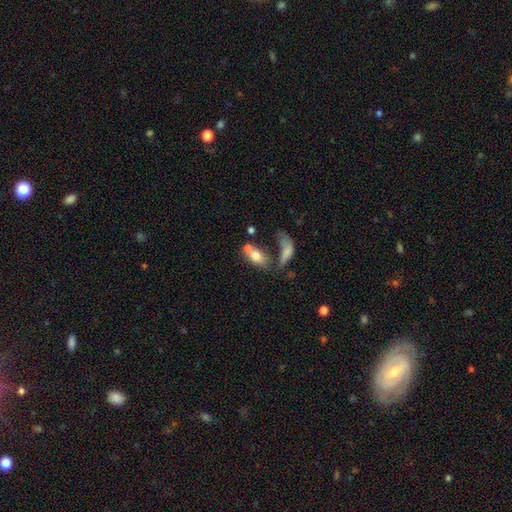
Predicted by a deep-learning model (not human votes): Overall: smooth (68%). How rounded: in between (75%). Merging: merger (51%; none 22%).